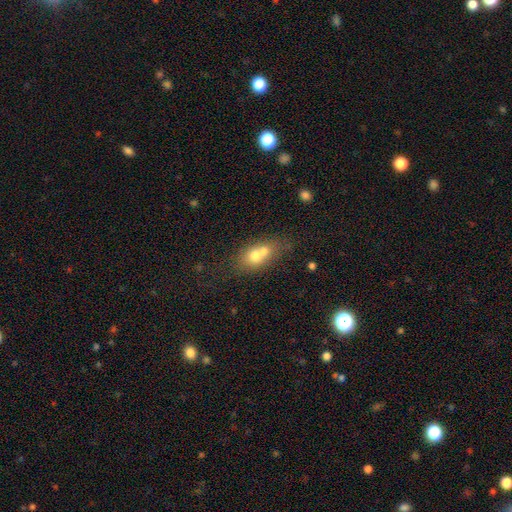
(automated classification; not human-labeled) A smooth galaxy with no disk features (65%) that is in between round and cigar-shaped (63%).

Vote fractions:
- Smooth or featured? smooth: 65% / featured or disk: 25% / star or artifact: 10%
- How rounded? in between: 63% / round: 31% / cigar-shaped: 6%
- Merging? merger: 59% / none: 29% / minor disturbance: 8% / major disturbance: 4%